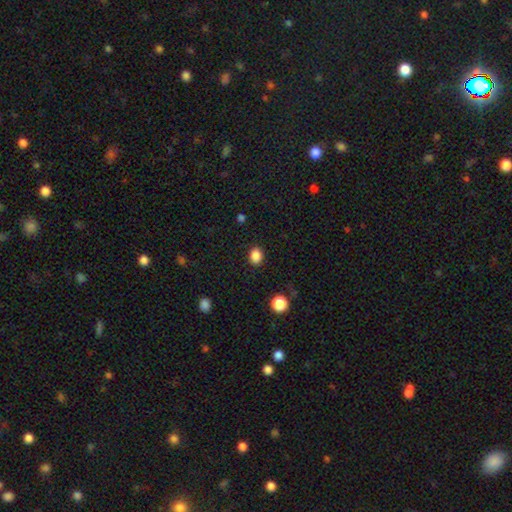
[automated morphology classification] smooth 87%, star or artifact 10%, featured or disk 3%. Down the decision tree: how rounded — in between (55%); merging — none (88%).